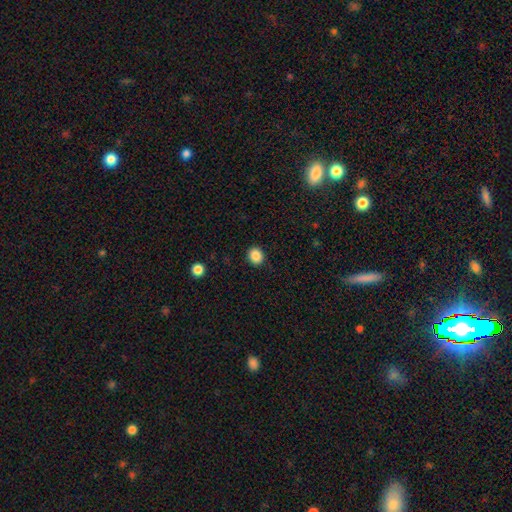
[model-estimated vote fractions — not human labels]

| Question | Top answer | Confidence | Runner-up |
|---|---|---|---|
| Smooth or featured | smooth | 87% | star or artifact (10%) |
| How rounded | round | 73% | in between (26%) |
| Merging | none | 91% | minor disturbance (6%) |